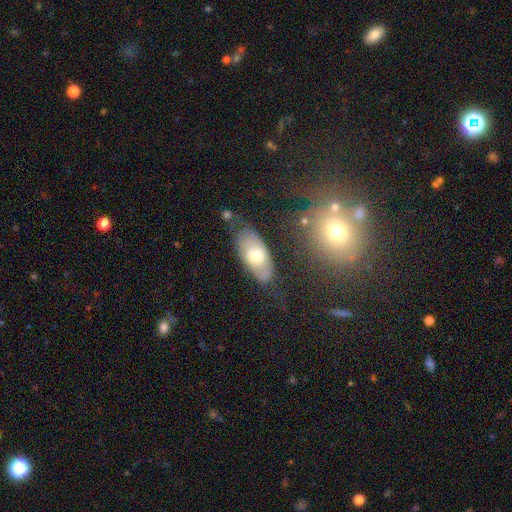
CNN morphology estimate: Smooth or featured? Predicted: smooth (p=0.58). How rounded? Predicted: in between (p=0.90). Merging? Predicted: none (p=0.71).